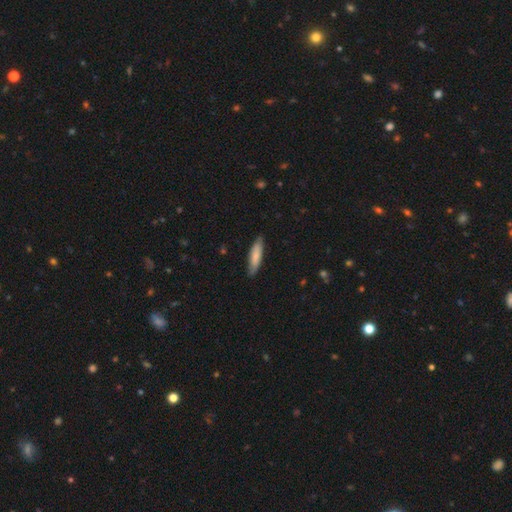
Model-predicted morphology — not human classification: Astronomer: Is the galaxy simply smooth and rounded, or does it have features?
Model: smooth — 78%.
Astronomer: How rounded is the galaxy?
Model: cigar-shaped — 70%.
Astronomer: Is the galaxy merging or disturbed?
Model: none — 84%.